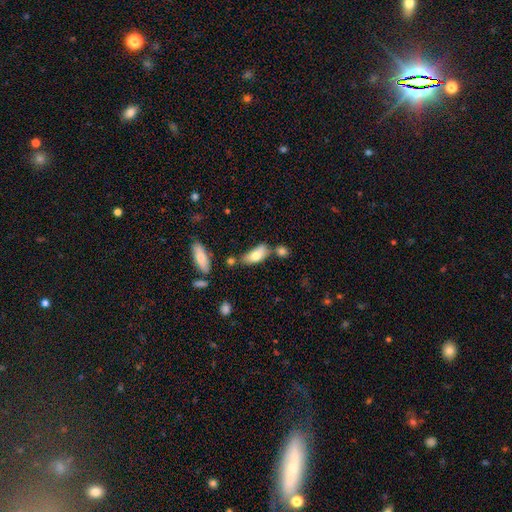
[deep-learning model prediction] Morphology: type=smooth (76%); roundness=in between (80%); merging=none (55%).